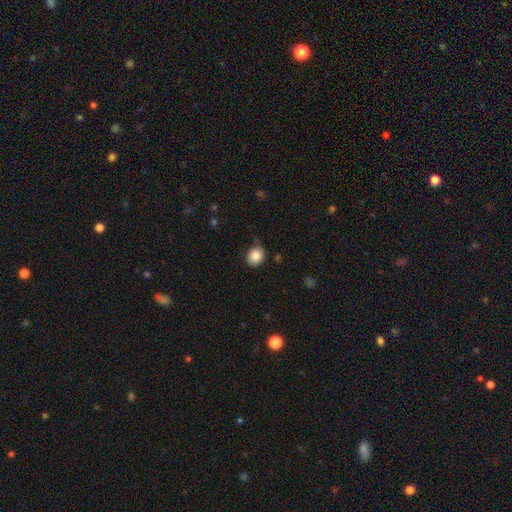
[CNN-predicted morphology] Q: Smooth or featured?
A: smooth (84%); runner-up: star or artifact (10%)
Q: How rounded?
A: round (71%); runner-up: in between (29%)
Q: Merging?
A: none (77%); runner-up: minor disturbance (18%)